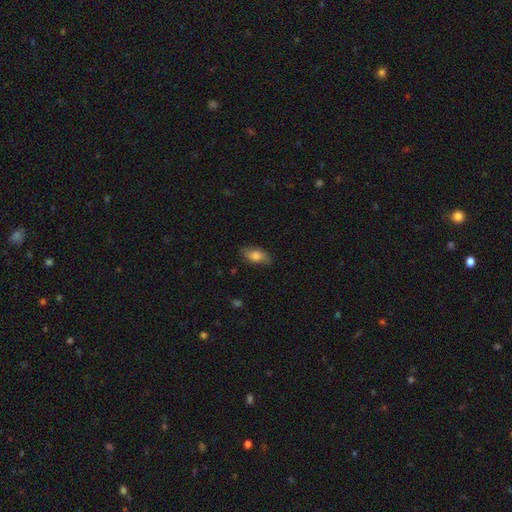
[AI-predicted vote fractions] This appears to be a smooth galaxy with no disk features (72%) that is in between round and cigar-shaped (86%). Merging: none (79%).